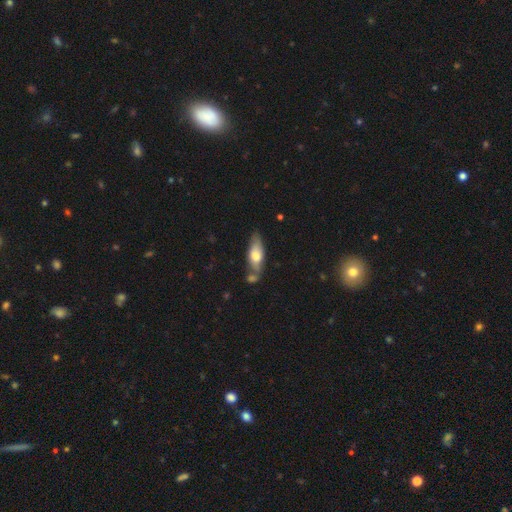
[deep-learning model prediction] Smooth or featured?
  - smooth: 63% *
  - featured or disk: 31%
  - star or artifact: 6%
How rounded?
  - in between: 68% *
  - cigar-shaped: 29%
  - round: 3%
Merging?
  - none: 53% *
  - minor disturbance: 22%
  - merger: 20%
  - major disturbance: 6%